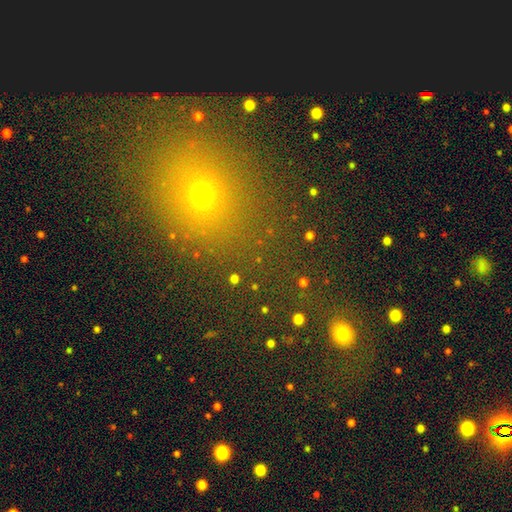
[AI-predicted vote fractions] This appears to be a smooth galaxy with no disk features (49%). Merging: none (73%).